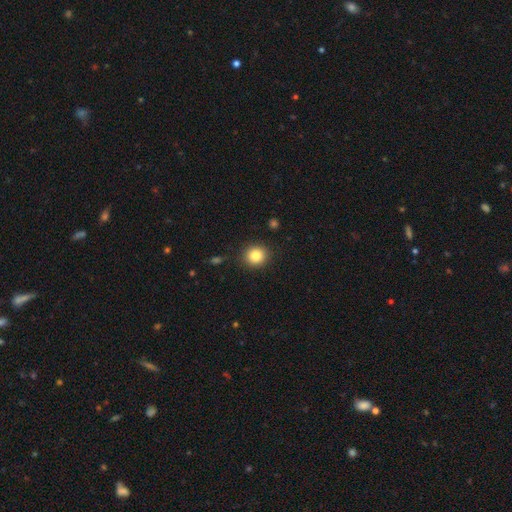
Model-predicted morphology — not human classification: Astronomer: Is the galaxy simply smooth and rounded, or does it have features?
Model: smooth — 84%.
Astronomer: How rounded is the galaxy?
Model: round — 85%.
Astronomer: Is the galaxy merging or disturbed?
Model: none — 90%.